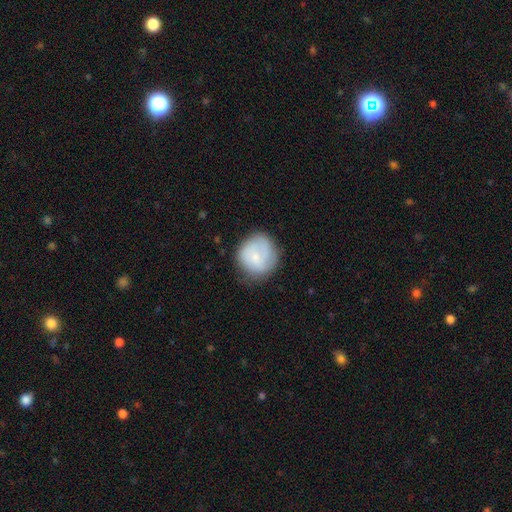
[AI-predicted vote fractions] Smooth or featured? Predicted: smooth (p=0.62). How rounded? Predicted: round (p=0.87). Merging? Predicted: none (p=0.68).